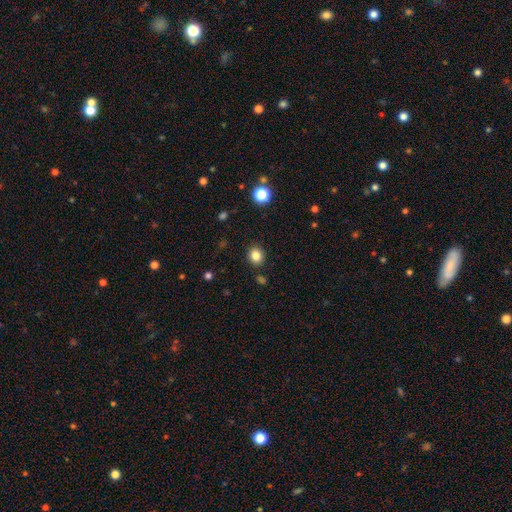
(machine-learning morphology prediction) smooth_or_featured: smooth (p=0.83) [alt: star or artifact p=0.12]
how_rounded: round (p=0.73) [alt: in between p=0.26]
merging: none (p=0.89) [alt: minor disturbance p=0.07]